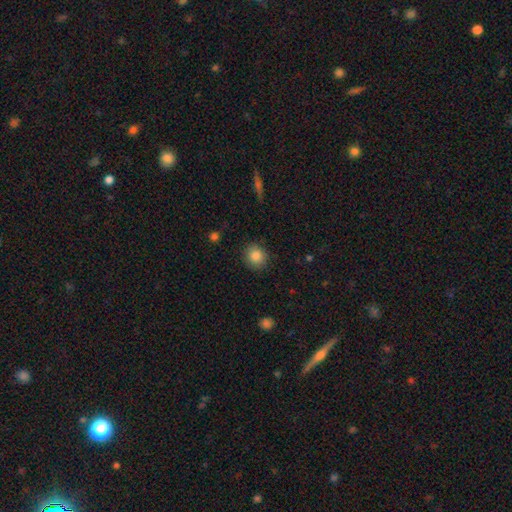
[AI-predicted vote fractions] The model was most divided on "how rounded": round: 85%, in between: 14%, cigar-shaped: 1%. More confident: merging — none (87%); smooth or featured — smooth (85%).